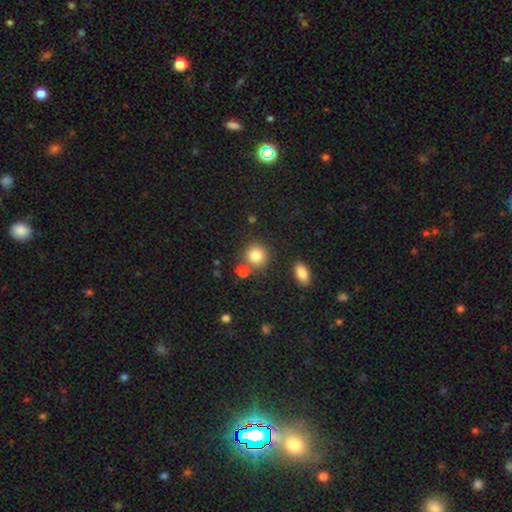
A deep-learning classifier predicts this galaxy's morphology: Q: Smooth or featured?
A: smooth (83%); runner-up: star or artifact (10%)
Q: How rounded?
A: round (87%); runner-up: in between (12%)
Q: Merging?
A: none (75%); runner-up: merger (13%)